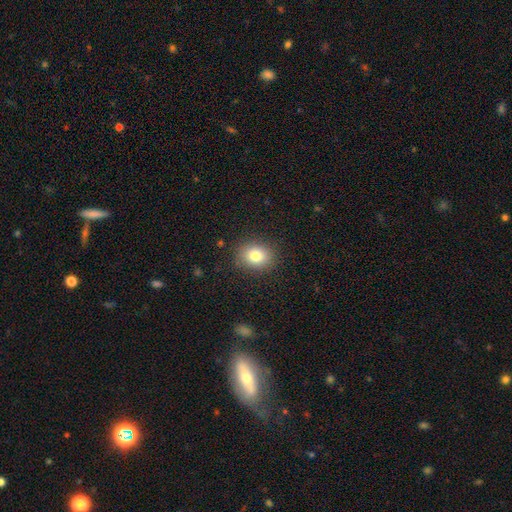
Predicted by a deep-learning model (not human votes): This appears to be a smooth galaxy with no disk features (80%) that is round (61%). Merging: none (88%).